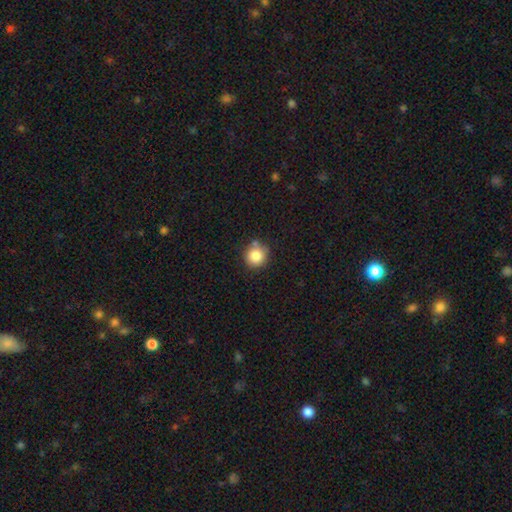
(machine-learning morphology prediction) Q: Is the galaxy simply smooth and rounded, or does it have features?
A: smooth — 83%.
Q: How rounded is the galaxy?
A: round — 92%.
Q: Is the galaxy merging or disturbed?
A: none — 74%.